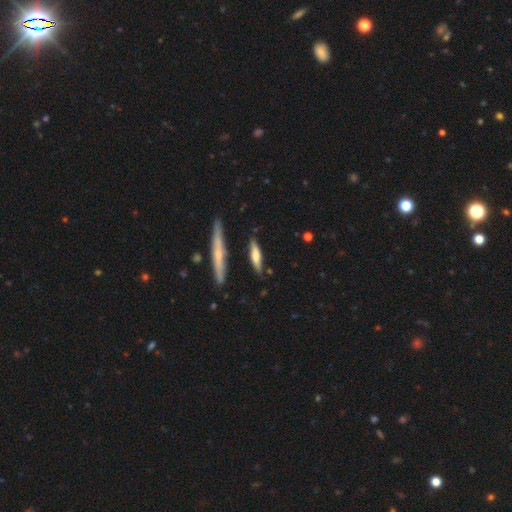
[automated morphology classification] Overall: smooth (60%; featured or disk 34%). How rounded: cigar-shaped (73%). Merging: none (78%).